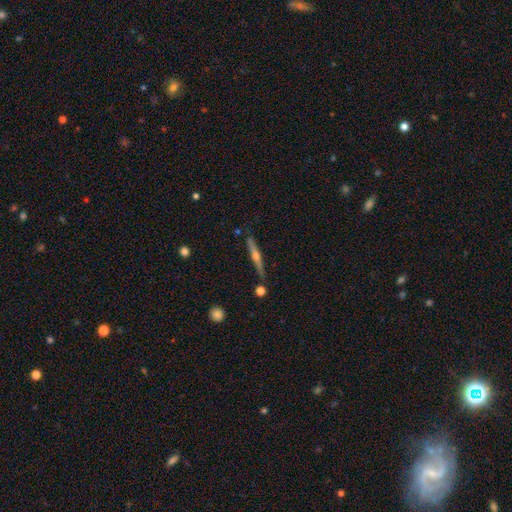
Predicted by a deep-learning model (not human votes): This is likely a featured or disk galaxy (70%). It is clearly viewed edge-on (97%). Edge-on bulge: clearly rounded (88%). Merging: clearly none (85%).